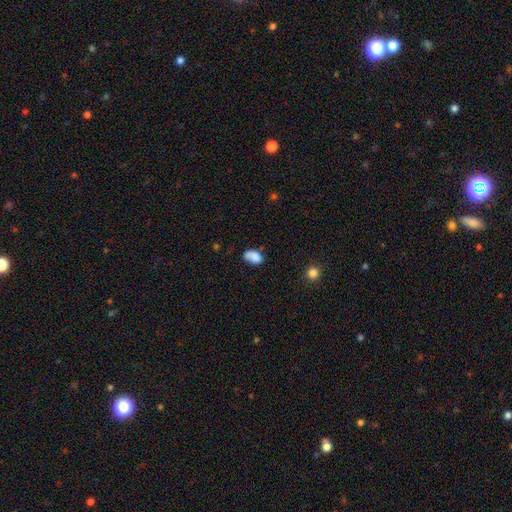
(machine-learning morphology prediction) The model was most divided on "merging": none: 45%, minor disturbance: 28%, merger: 15%, major disturbance: 12%. More confident: how rounded — in between (85%); smooth or featured — smooth (76%).